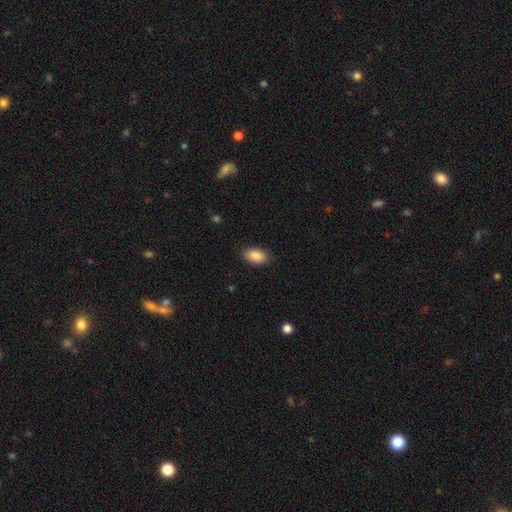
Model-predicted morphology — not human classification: A smooth galaxy with no disk features (90%) that is in between round and cigar-shaped (92%).

Vote fractions:
- Smooth or featured? smooth: 90% / star or artifact: 7% / featured or disk: 4%
- How rounded? in between: 92% / round: 5% / cigar-shaped: 2%
- Merging? none: 84% / minor disturbance: 12% / major disturbance: 3% / merger: 1%